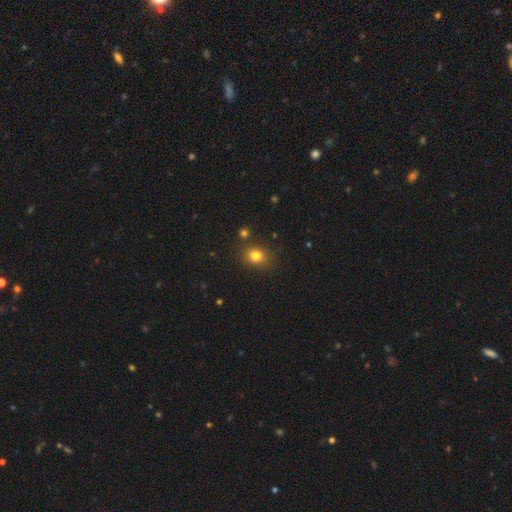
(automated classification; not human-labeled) This appears to be a smooth galaxy with no disk features (80%) that is round (56%). Merging: none (81%).